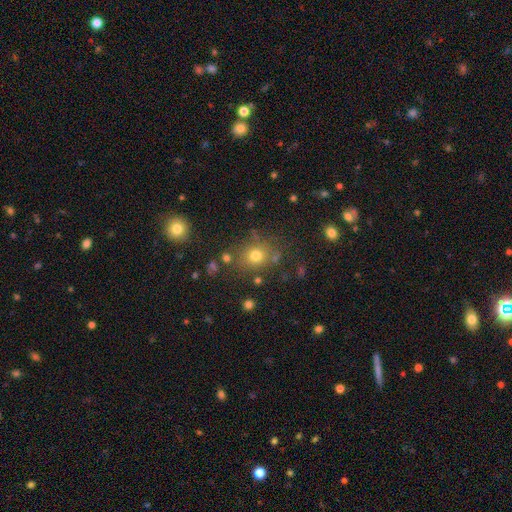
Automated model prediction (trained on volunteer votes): Morphology: type=smooth (72%); roundness=round (75%); merging=none (78%).